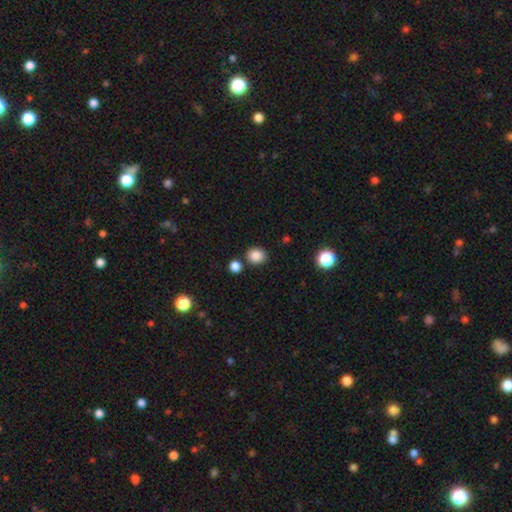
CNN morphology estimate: This is clearly a smooth galaxy (86%). How rounded: likely round (70%). Merging: likely none (79%).